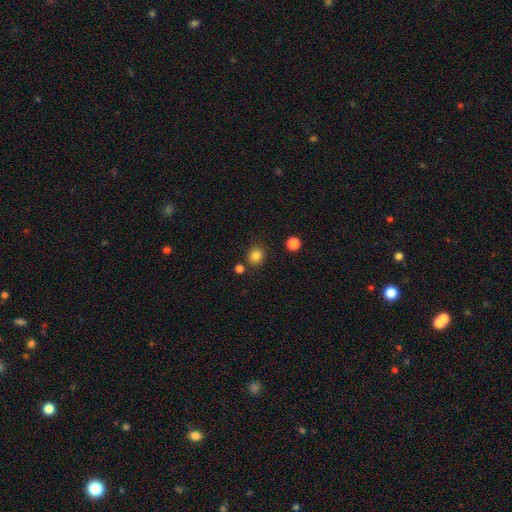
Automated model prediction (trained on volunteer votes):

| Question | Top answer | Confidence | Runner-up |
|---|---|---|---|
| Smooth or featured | smooth | 83% | star or artifact (12%) |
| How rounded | round | 85% | in between (15%) |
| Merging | none | 83% | minor disturbance (8%) |